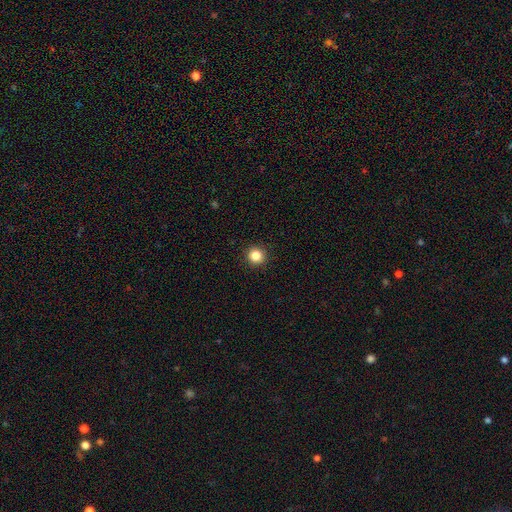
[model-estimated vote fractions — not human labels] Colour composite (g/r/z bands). It shows a smooth galaxy with no disk features (85%) that is round (95%). Merging: none (93%).